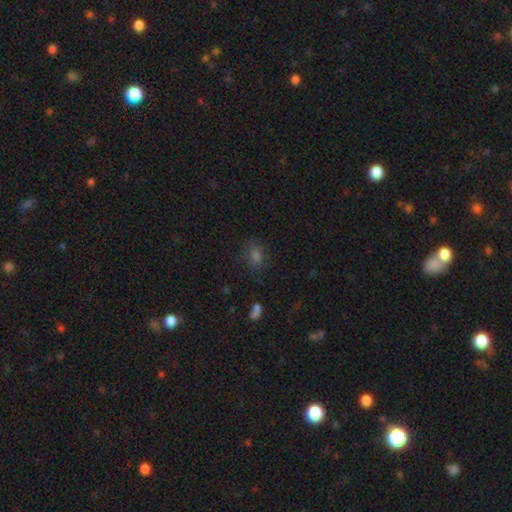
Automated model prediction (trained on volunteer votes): This is likely a smooth galaxy (63%). How rounded: likely in between (60%). Merging: likely none (78%).